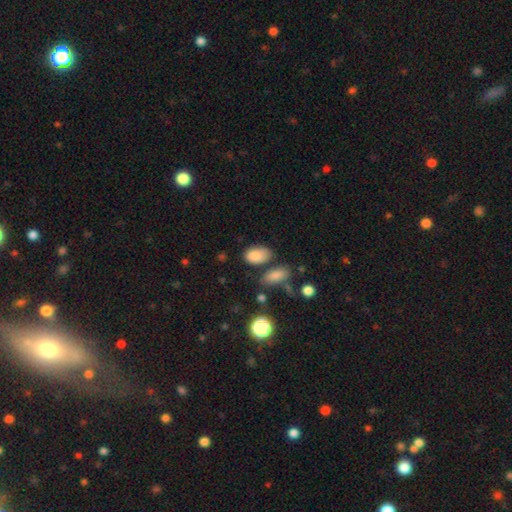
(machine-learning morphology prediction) This is clearly a smooth galaxy (84%). How rounded: clearly in between (91%). Merging: likely none (61%).